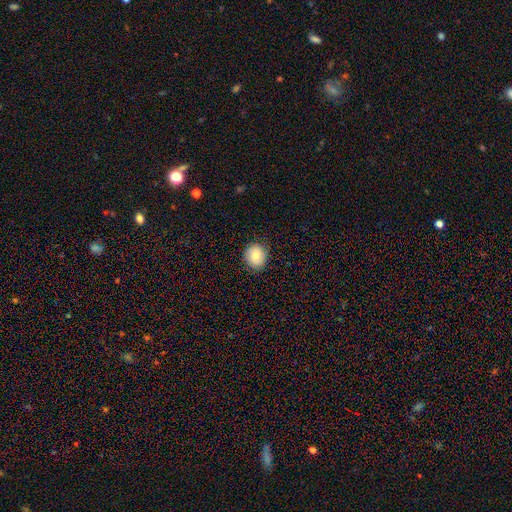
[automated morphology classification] A smooth galaxy with no disk features (77%) that is round (78%). Merging: none (84%).